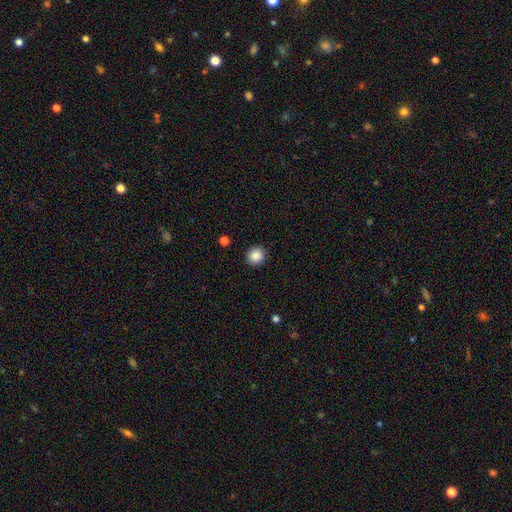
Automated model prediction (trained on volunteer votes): smooth_or_featured: smooth (p=0.88) [alt: star or artifact p=0.09]
how_rounded: round (p=0.89) [alt: in between p=0.10]
merging: none (p=0.91) [alt: minor disturbance p=0.06]